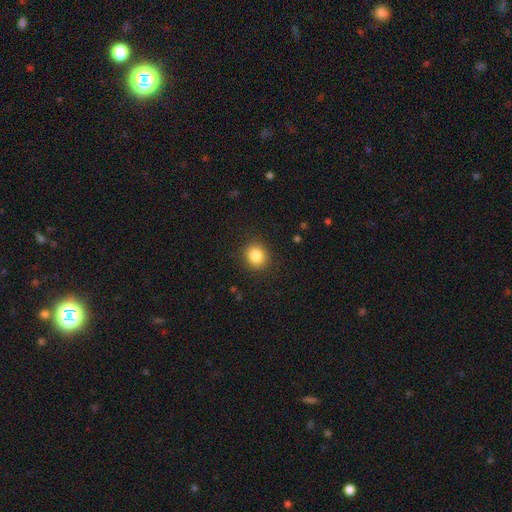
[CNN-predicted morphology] Smooth or featured? Predicted: smooth (p=0.85). How rounded? Predicted: round (p=0.80). Merging? Predicted: none (p=0.90).